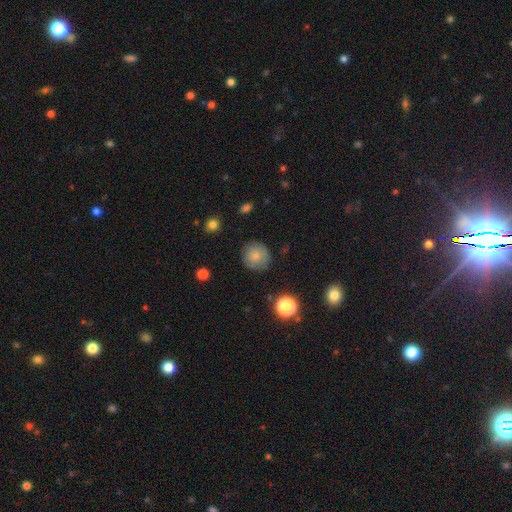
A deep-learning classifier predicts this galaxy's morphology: A smooth galaxy with no disk features (78%) that is round (92%). Merging: none (83%).